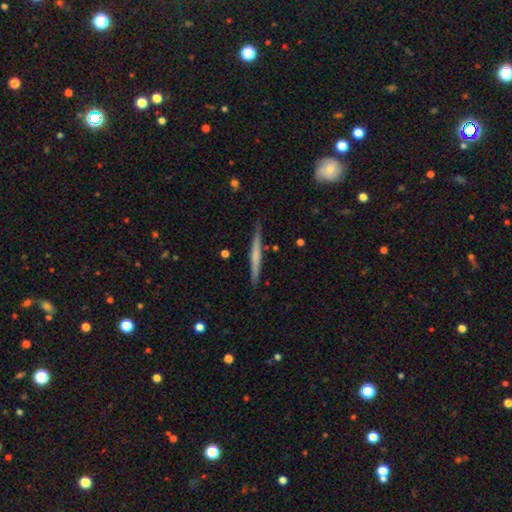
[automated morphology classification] Smooth or featured?
  - featured or disk: 48% *
  - smooth: 47%
  - star or artifact: 5%
Merging?
  - none: 88% *
  - minor disturbance: 9%
  - major disturbance: 2%
  - merger: 2%